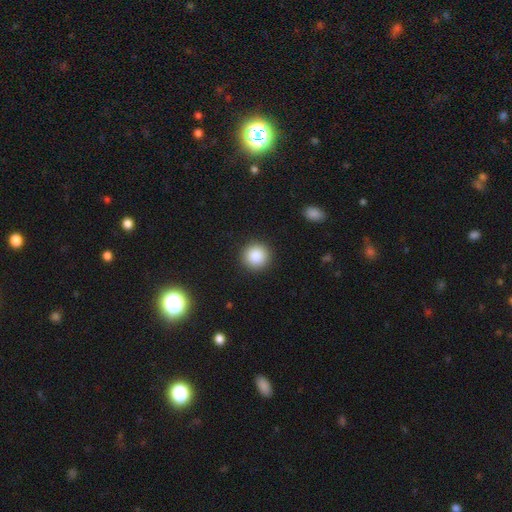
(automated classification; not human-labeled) smooth-or-featured: smooth: 87% | star or artifact: 9% | featured or disk: 4%
  how-rounded: round: 95% | in between: 4% | cigar-shaped: 1%
  merging: none: 92% | minor disturbance: 5% | major disturbance: 2% | merger: 1%